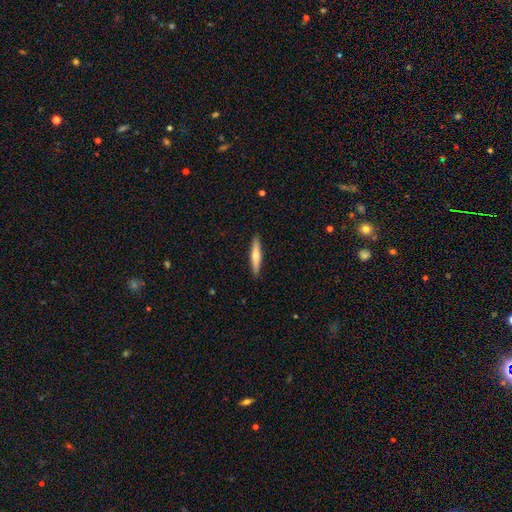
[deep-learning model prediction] The model was most divided on "smooth or featured": smooth: 56%, featured or disk: 39%, star or artifact: 5%. More confident: merging — none (91%); how rounded — cigar-shaped (89%).